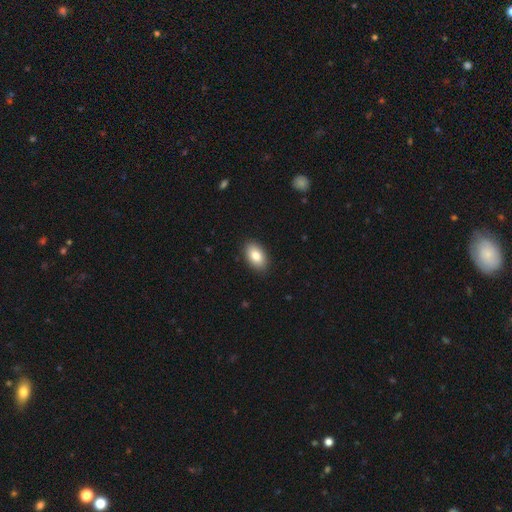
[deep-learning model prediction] Smooth or featured? Predicted: smooth (p=0.84). How rounded? Predicted: in between (p=0.92). Merging? Predicted: none (p=0.89).